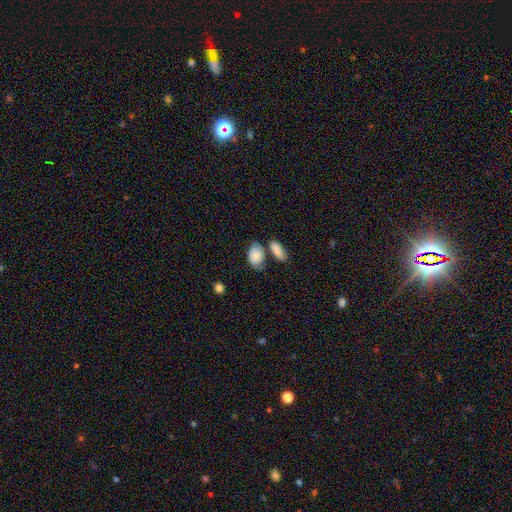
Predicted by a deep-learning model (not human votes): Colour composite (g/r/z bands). It shows a smooth galaxy with no disk features (76%) that is in between round and cigar-shaped (87%). Merging: none (42%).